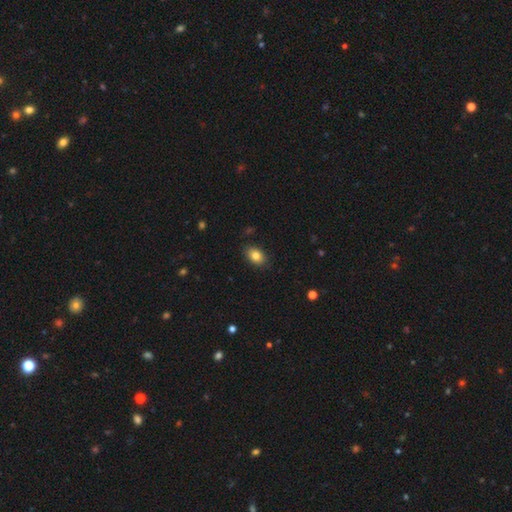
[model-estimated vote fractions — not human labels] A smooth galaxy with no disk features (82%) that is in between round and cigar-shaped (80%).

Vote fractions:
- Smooth or featured? smooth: 82% / star or artifact: 9% / featured or disk: 9%
- How rounded? in between: 80% / round: 18% / cigar-shaped: 1%
- Merging? none: 86% / minor disturbance: 10% / major disturbance: 2% / merger: 1%